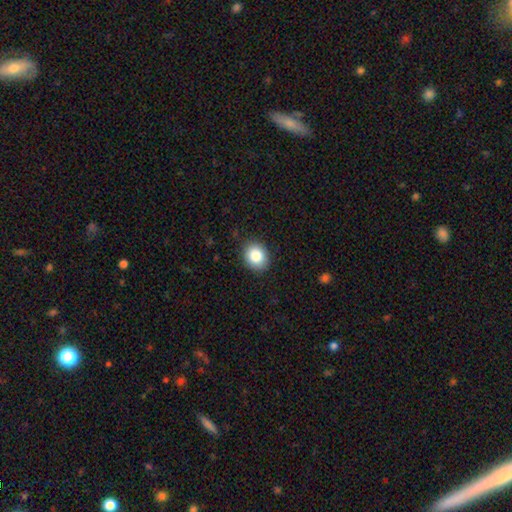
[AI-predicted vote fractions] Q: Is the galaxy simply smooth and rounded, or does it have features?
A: smooth — 85%.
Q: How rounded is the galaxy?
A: round — 54%.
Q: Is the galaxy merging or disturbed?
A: none — 88%.